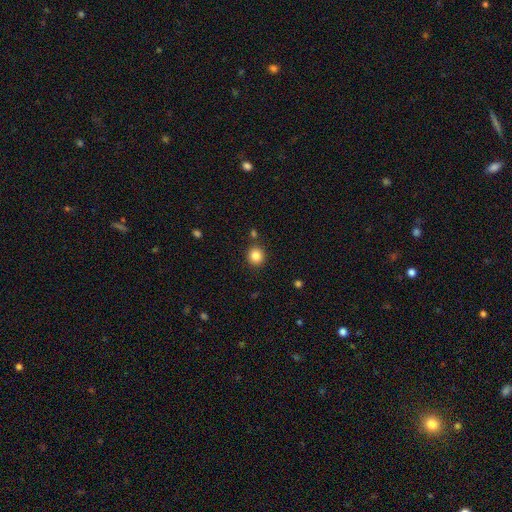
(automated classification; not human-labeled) The model was most divided on "smooth or featured": smooth: 85%, star or artifact: 10%, featured or disk: 4%. More confident: how rounded — round (91%); merging — none (86%).